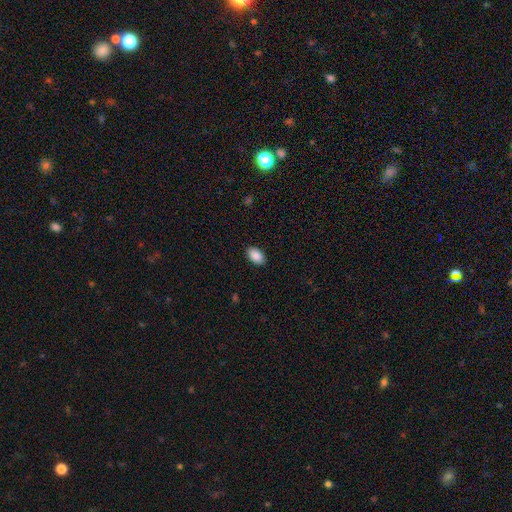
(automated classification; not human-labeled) smooth-or-featured: smooth: 90% | star or artifact: 7% | featured or disk: 4%
  how-rounded: in between: 93% | round: 5% | cigar-shaped: 1%
  merging: none: 89% | minor disturbance: 8% | major disturbance: 2% | merger: 1%